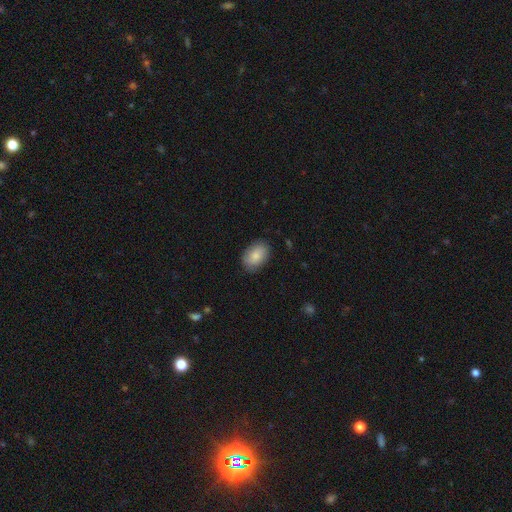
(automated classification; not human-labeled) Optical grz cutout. It shows a smooth galaxy with no disk features (82%) that is in between round and cigar-shaped (84%). Merging: none (85%).